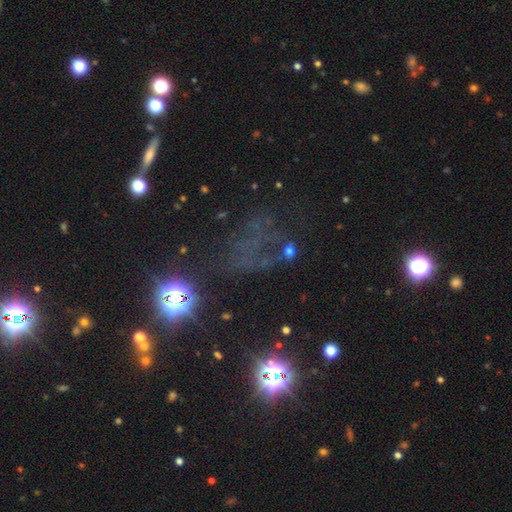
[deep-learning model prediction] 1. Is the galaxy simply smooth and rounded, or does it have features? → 51% star or artifact, 25% smooth, 24% featured or disk.